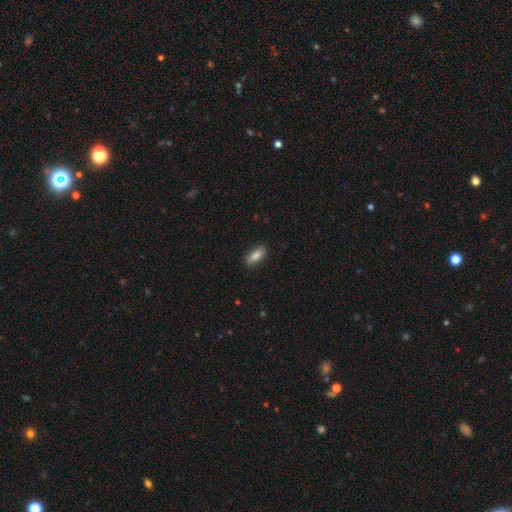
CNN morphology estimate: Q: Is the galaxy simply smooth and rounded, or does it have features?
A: smooth — 81%.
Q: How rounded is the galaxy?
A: in between — 78%.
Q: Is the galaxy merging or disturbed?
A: none — 86%.